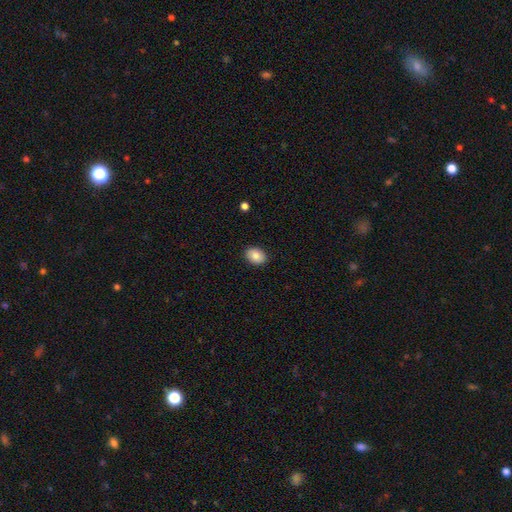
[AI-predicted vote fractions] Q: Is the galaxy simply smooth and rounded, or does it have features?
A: smooth — 85%.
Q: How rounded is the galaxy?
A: in between — 72%.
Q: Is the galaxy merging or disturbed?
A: none — 90%.